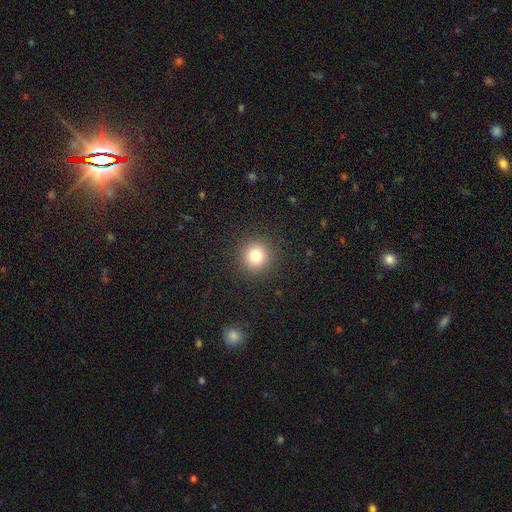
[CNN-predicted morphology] Smooth or featured? smooth (80%)
How rounded? round (93%)
Merging? none (91%)